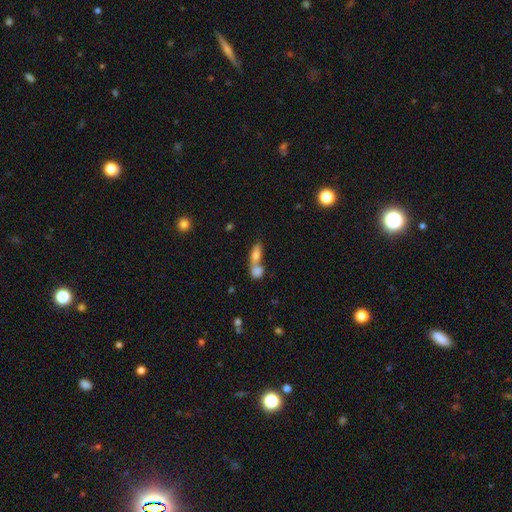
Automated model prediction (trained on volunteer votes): This is likely a smooth galaxy (74%). How rounded: likely in between (71%). Merging: likely merger (60%).